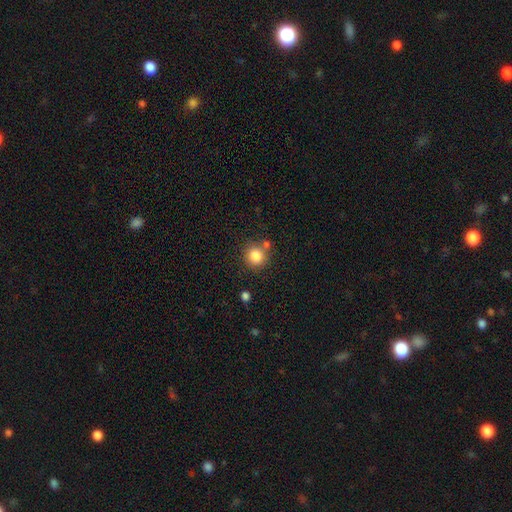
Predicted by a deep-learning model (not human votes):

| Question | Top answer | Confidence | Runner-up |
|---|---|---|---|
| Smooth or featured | smooth | 84% | star or artifact (11%) |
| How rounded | round | 90% | in between (9%) |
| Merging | none | 74% | merger (12%) |